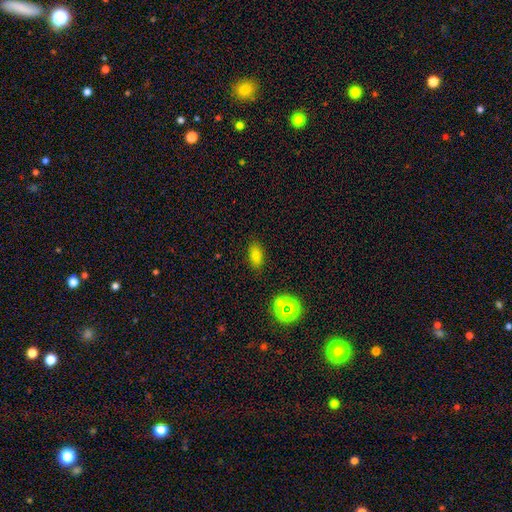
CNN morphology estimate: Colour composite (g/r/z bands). It shows a smooth galaxy with no disk features (78%) that is in between round and cigar-shaped (87%). Merging: none (85%).